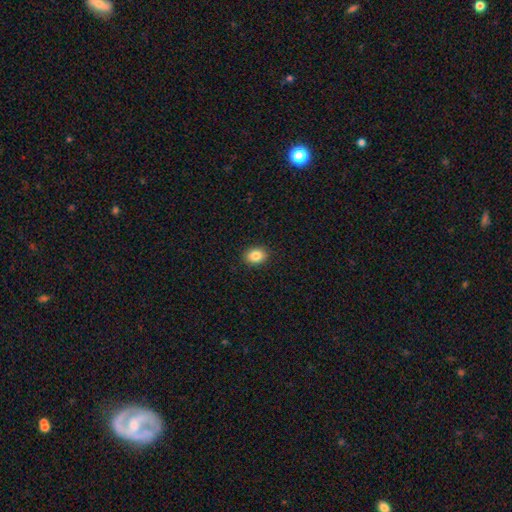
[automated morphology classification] Smooth or featured? smooth (85%)
How rounded? in between (64%)
Merging? none (90%)